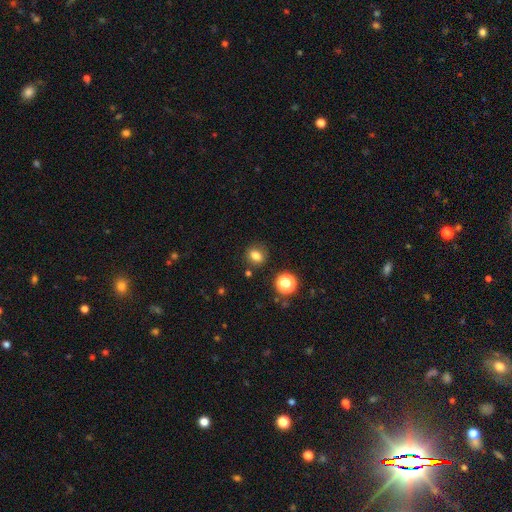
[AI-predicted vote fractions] Smooth or featured? Predicted: smooth (p=0.79). How rounded? Predicted: round (p=0.55). Merging? Predicted: none (p=0.82).